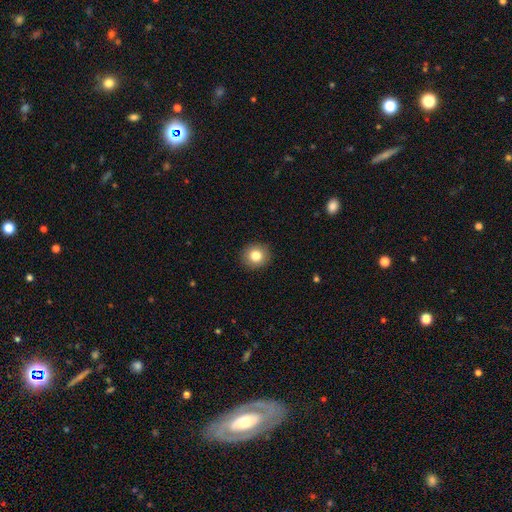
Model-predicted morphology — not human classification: Q: Smooth or featured?
A: smooth (82%); runner-up: star or artifact (10%)
Q: How rounded?
A: round (87%); runner-up: in between (13%)
Q: Merging?
A: none (91%); runner-up: minor disturbance (6%)